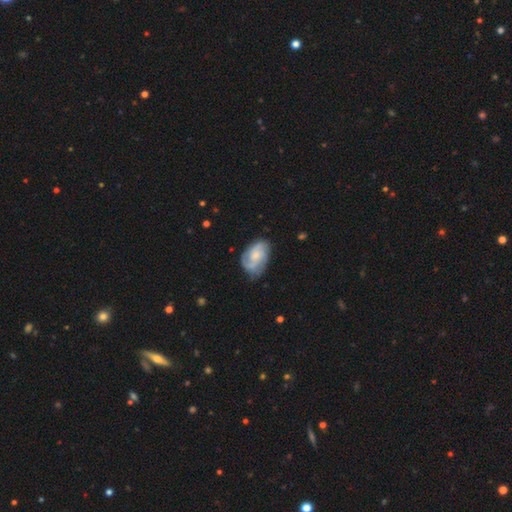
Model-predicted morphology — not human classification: The model was most divided on "bulge size": small: 42%, moderate: 38%, none: 13%, large: 6%, dominant: 1%. Remaining: edge-on disk — no (97%); spiral arms — yes (94%); smooth or featured — featured or disk (73%); merging — none (66%); bar — no (64%); spiral winding — medium (46%); spiral arm count — 2 (37%).